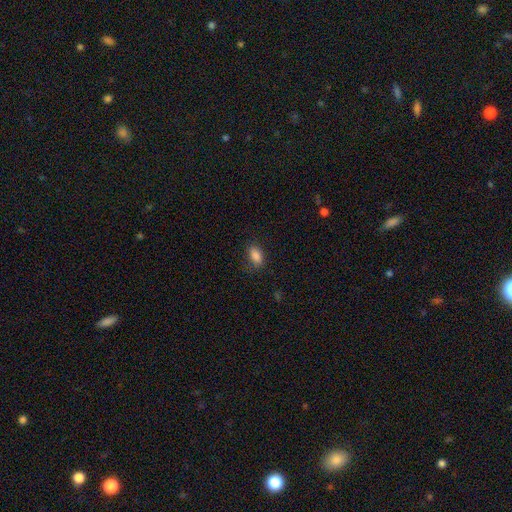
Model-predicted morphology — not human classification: Smooth or featured? Predicted: smooth (p=0.86). How rounded? Predicted: in between (p=0.88). Merging? Predicted: none (p=0.79).